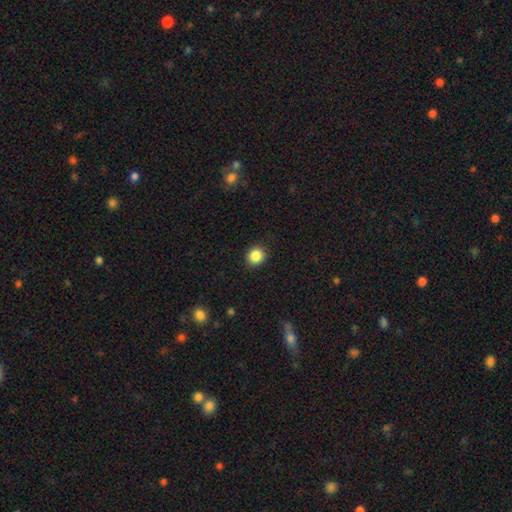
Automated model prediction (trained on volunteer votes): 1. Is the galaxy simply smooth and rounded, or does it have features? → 87% smooth, 10% star or artifact, 4% featured or disk.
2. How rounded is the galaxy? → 84% round, 15% in between, 1% cigar-shaped.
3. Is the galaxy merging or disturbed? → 91% none, 6% minor disturbance, 2% major disturbance, 1% merger.